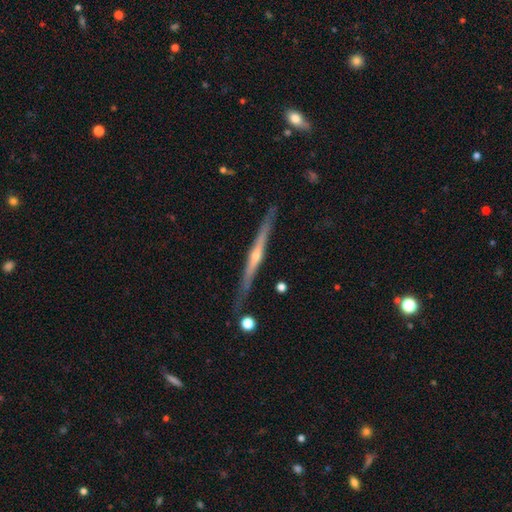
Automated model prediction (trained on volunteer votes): Morphology: type=featured or disk (78%); edge-on=yes (98%); edge-on bulge=rounded (74%); merging=none (85%).